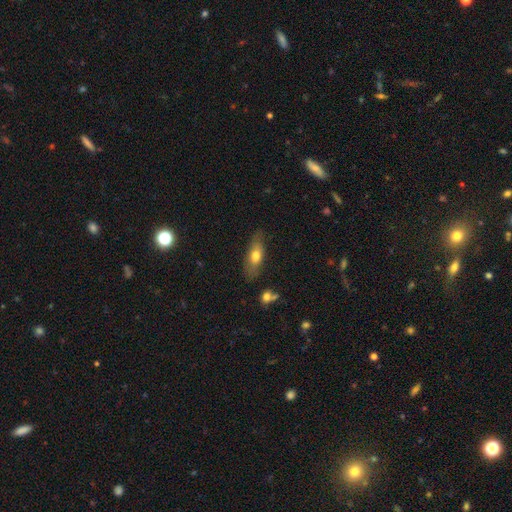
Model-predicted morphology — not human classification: smooth 65%, featured or disk 28%, star or artifact 7%. Down the decision tree: how rounded — in between (68%); merging — none (75%).